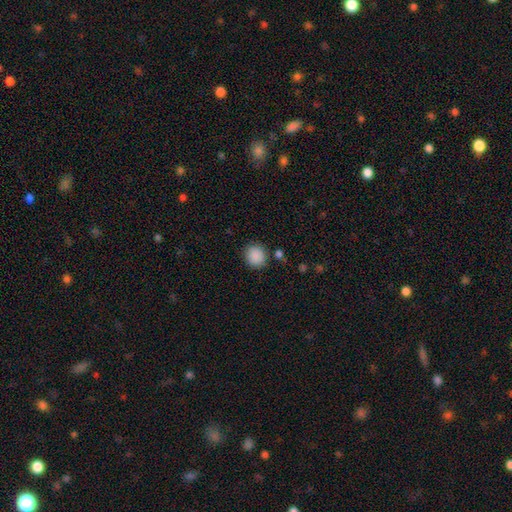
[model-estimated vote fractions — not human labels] This is clearly a smooth galaxy (89%). How rounded: clearly round (84%). Merging: clearly none (86%).